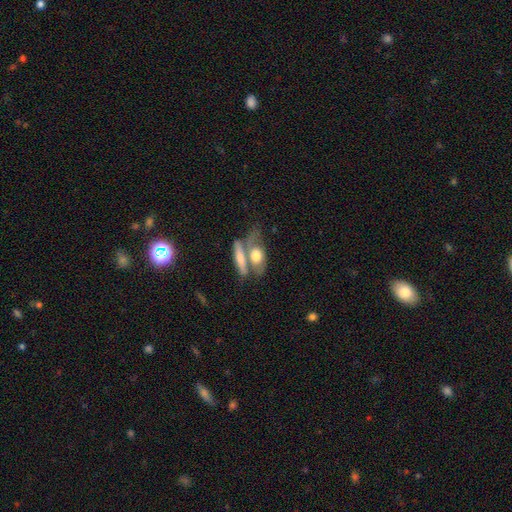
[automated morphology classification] This appears to be a smooth galaxy with no disk features (59%) that is in between round and cigar-shaped (68%). Merging: merger (48%).